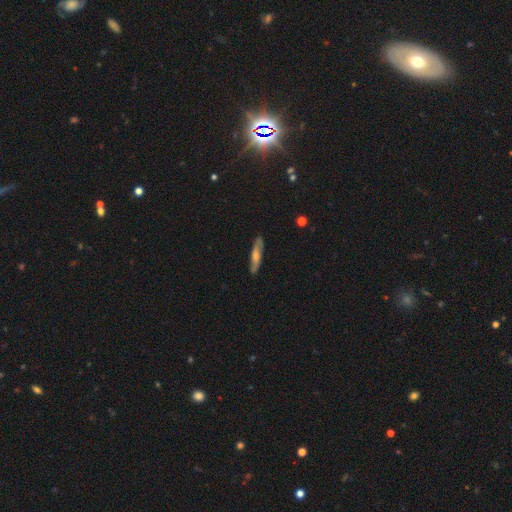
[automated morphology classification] smooth_or_featured: featured or disk (p=0.54) [alt: smooth p=0.39]
disk_edge_on: yes (p=0.64) [alt: no p=0.36]
merging: none (p=0.86) [alt: minor disturbance p=0.11]